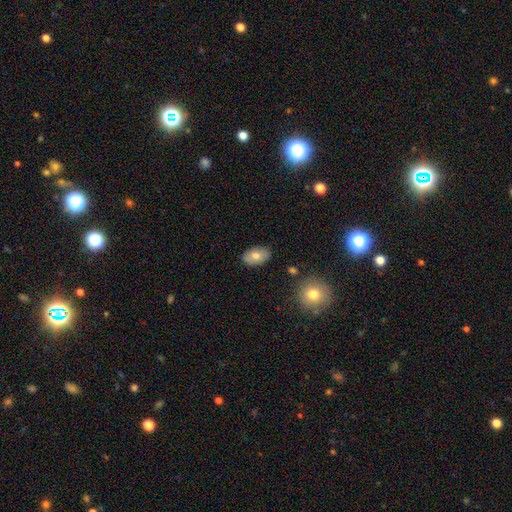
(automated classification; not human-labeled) Q: Smooth or featured?
A: smooth (72%); runner-up: featured or disk (20%)
Q: How rounded?
A: in between (91%); runner-up: round (7%)
Q: Merging?
A: none (83%); runner-up: minor disturbance (13%)